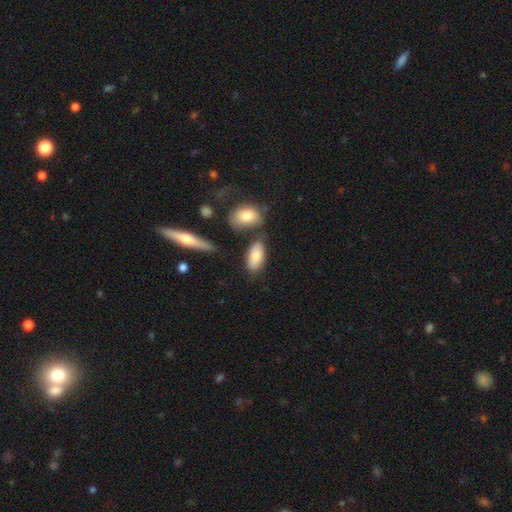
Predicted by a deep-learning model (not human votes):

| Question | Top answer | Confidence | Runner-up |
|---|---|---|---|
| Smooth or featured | smooth | 83% | featured or disk (11%) |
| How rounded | in between | 89% | cigar-shaped (8%) |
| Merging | none | 68% | minor disturbance (15%) |